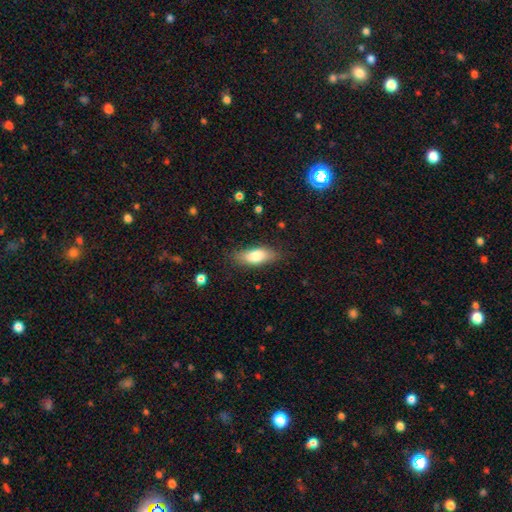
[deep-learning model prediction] Overall: smooth (78%). How rounded: in between (75%). Merging: none (81%).